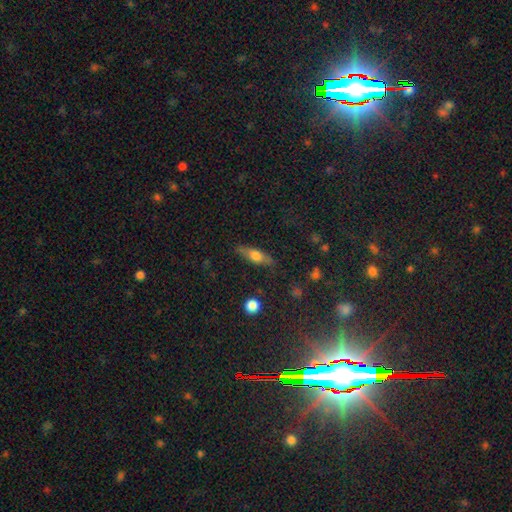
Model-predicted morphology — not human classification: The model was most divided on "how rounded": cigar-shaped: 50%, in between: 46%, round: 4%. More confident: merging — none (80%); smooth or featured — smooth (55%).